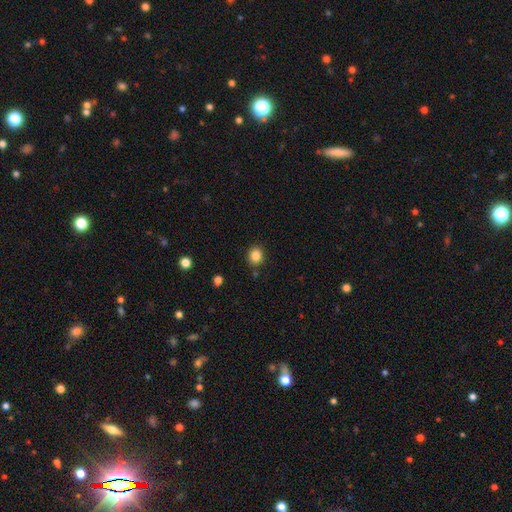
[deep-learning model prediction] Morphology: type=smooth (85%); roundness=round (81%); merging=none (87%).